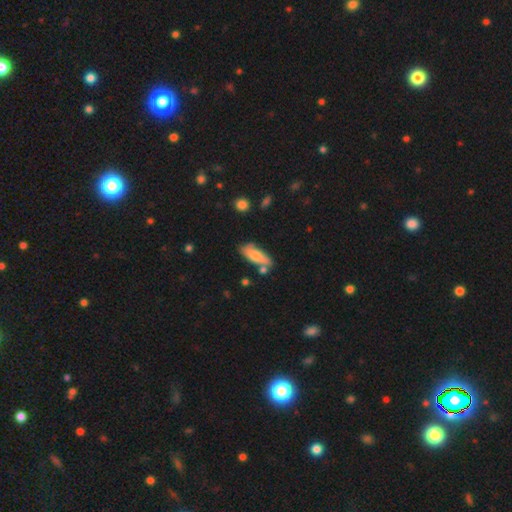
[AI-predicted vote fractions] A smooth galaxy with no disk features (73%) that is in between round and cigar-shaped (61%). Merging: none (65%).